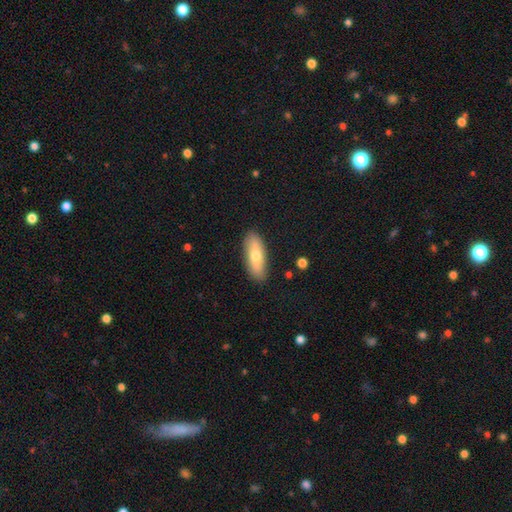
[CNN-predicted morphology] smooth_or_featured: smooth (p=0.69) [alt: featured or disk p=0.25]
how_rounded: in between (p=0.68) [alt: cigar-shaped p=0.29]
merging: none (p=0.87) [alt: minor disturbance p=0.10]